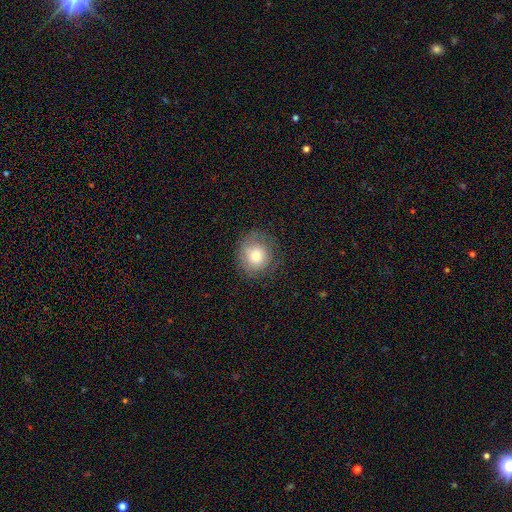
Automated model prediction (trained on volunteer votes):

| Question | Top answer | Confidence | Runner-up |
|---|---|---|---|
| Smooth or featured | smooth | 70% | featured or disk (19%) |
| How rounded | round | 83% | in between (16%) |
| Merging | none | 75% | minor disturbance (17%) |